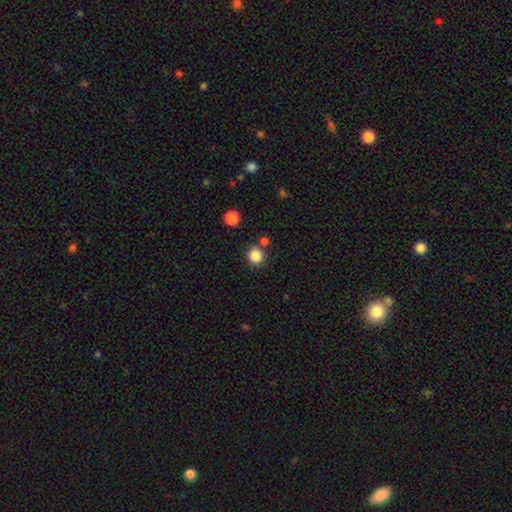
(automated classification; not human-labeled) Q: Smooth or featured?
A: smooth (85%); runner-up: star or artifact (11%)
Q: How rounded?
A: round (92%); runner-up: in between (7%)
Q: Merging?
A: none (80%); runner-up: merger (9%)